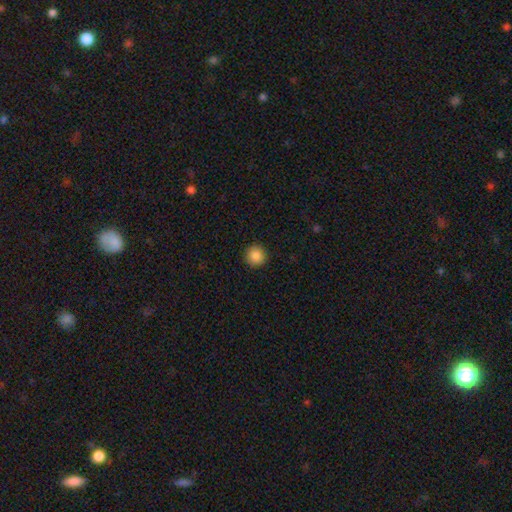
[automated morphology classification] Overall: smooth (87%). How rounded: round (95%). Merging: none (92%).